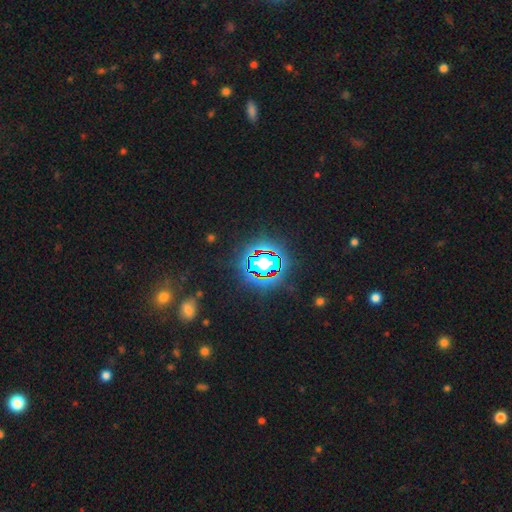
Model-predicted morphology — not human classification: Smooth or featured?
  - star or artifact: 80% *
  - smooth: 12%
  - featured or disk: 8%